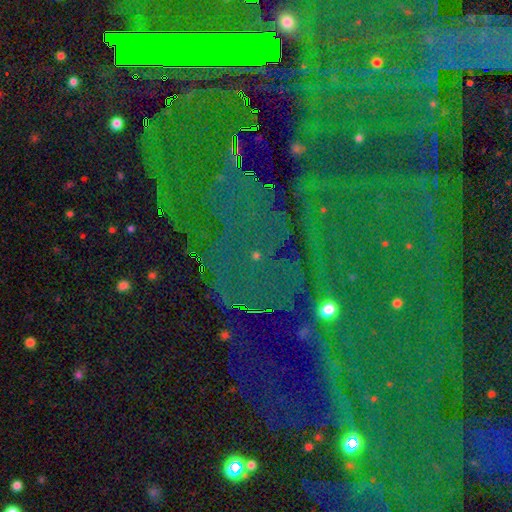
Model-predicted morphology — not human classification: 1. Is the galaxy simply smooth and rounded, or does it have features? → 85% star or artifact, 8% featured or disk, 7% smooth.